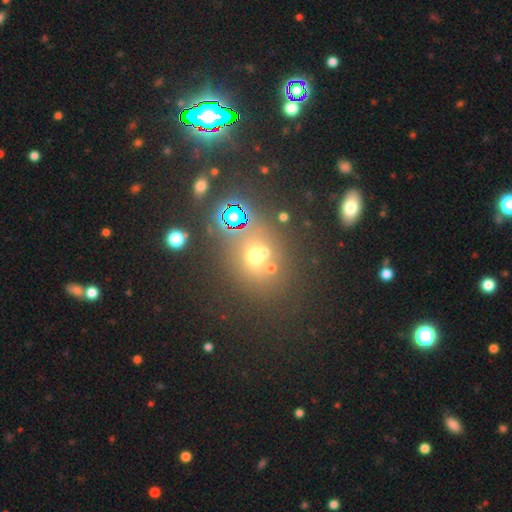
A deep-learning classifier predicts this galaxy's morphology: Smooth or featured? Predicted: smooth (p=0.51). How rounded? Predicted: round (p=0.68). Merging? Predicted: none (p=0.61).